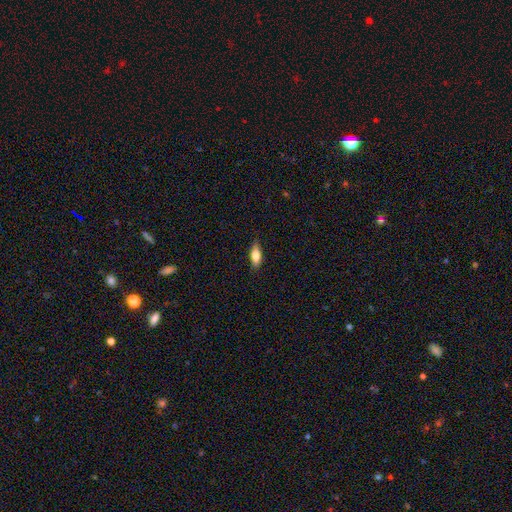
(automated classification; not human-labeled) smooth_or_featured: smooth (p=0.79) [alt: featured or disk p=0.15]
how_rounded: in between (p=0.76) [alt: cigar-shaped p=0.21]
merging: none (p=0.84) [alt: minor disturbance p=0.13]